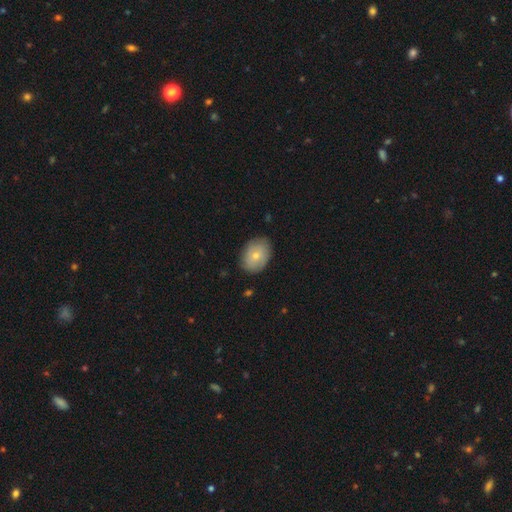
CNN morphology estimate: This is likely a smooth galaxy (73%). How rounded: likely in between (71%). Merging: clearly none (82%).